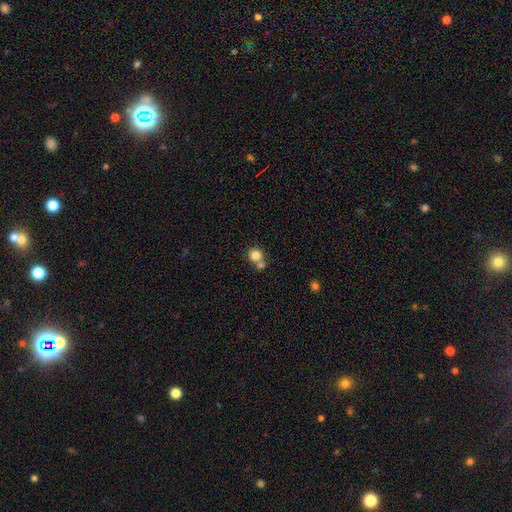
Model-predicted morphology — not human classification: smooth-or-featured: smooth: 82% | star or artifact: 10% | featured or disk: 8%
  how-rounded: round: 85% | in between: 14% | cigar-shaped: 1%
  merging: none: 48% | merger: 42% | minor disturbance: 7% | major disturbance: 3%